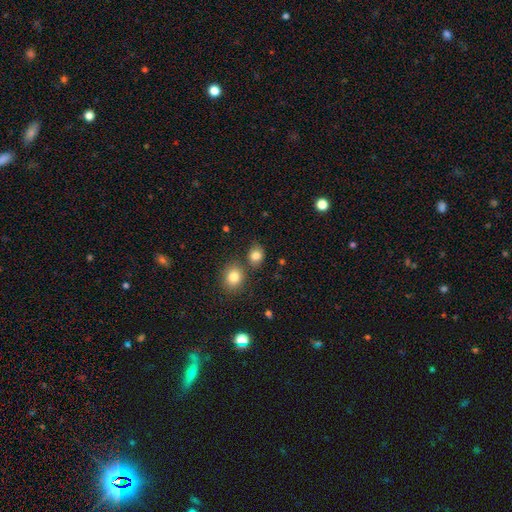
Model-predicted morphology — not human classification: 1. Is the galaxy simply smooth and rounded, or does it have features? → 81% smooth, 12% star or artifact, 7% featured or disk.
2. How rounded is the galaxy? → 61% round, 38% in between, 1% cigar-shaped.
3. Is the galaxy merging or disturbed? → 70% none, 15% merger, 11% minor disturbance, 3% major disturbance.